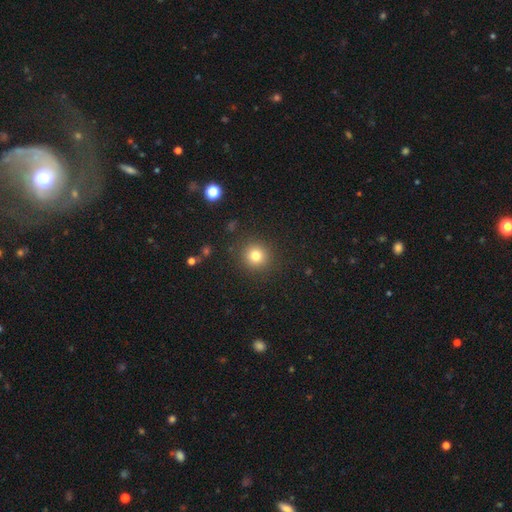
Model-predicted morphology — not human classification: Overall: smooth (80%). How rounded: round (92%). Merging: none (89%).